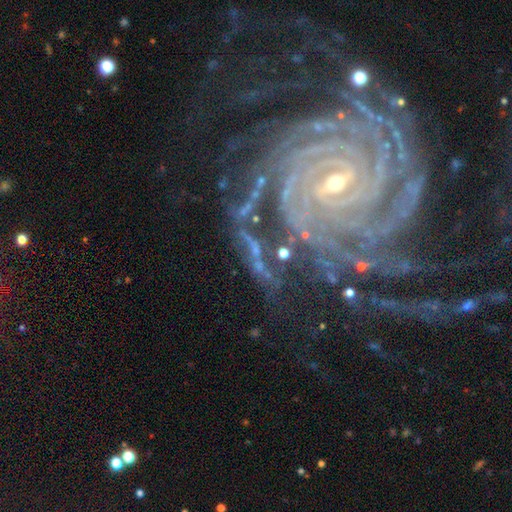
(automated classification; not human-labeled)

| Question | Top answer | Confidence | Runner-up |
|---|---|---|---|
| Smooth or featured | featured or disk | 86% | star or artifact (9%) |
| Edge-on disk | no | 95% | yes (5%) |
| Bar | strong | 41% | weak (34%) |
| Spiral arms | yes | 97% | no (3%) |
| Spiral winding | tight | 81% | medium (15%) |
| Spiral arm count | more than 4 | 21% | tied: can't tell (21%) |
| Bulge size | small | 62% | moderate (34%) |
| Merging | none | 69% | minor disturbance (16%) |